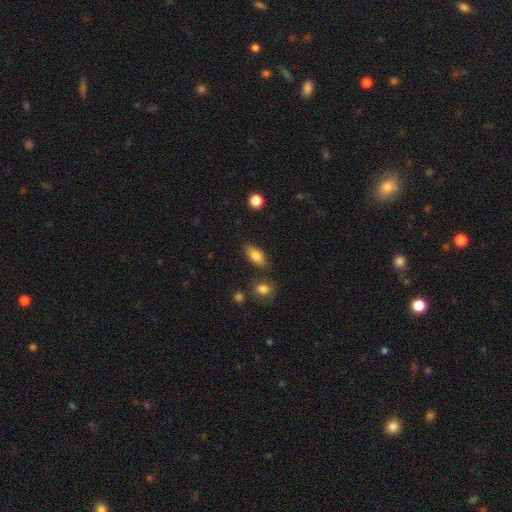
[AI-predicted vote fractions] A smooth galaxy with no disk features (82%) that is in between round and cigar-shaped (86%).

Vote fractions:
- Smooth or featured? smooth: 82% / featured or disk: 11% / star or artifact: 7%
- How rounded? in between: 86% / cigar-shaped: 10% / round: 4%
- Merging? none: 81% / minor disturbance: 12% / merger: 4% / major disturbance: 3%